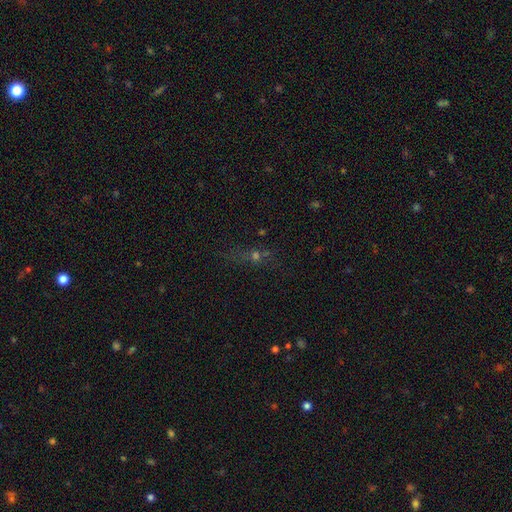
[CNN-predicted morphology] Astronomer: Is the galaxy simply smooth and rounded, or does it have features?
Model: star or artifact — 44% (runner-up: smooth, 34%).